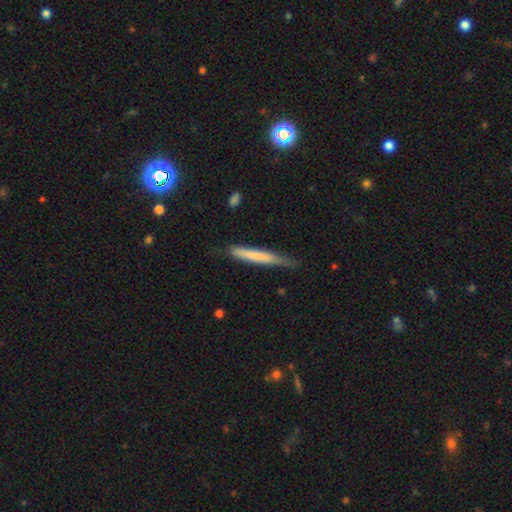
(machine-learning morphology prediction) smooth_or_featured: smooth (p=0.65) [alt: featured or disk p=0.29]
how_rounded: cigar-shaped (p=0.96) [alt: in between p=0.03]
merging: none (p=0.68) [alt: minor disturbance p=0.26]